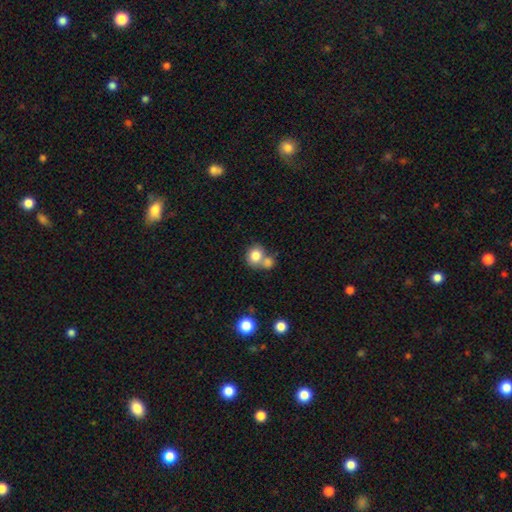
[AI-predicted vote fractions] Morphology: type=smooth (81%); roundness=round (75%); merging=merger (44%).